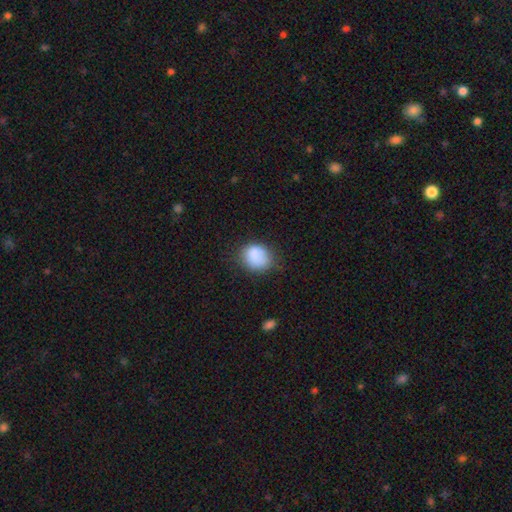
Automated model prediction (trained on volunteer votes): Q: Smooth or featured?
A: smooth (86%); runner-up: star or artifact (8%)
Q: How rounded?
A: round (67%); runner-up: in between (32%)
Q: Merging?
A: none (68%); runner-up: minor disturbance (24%)